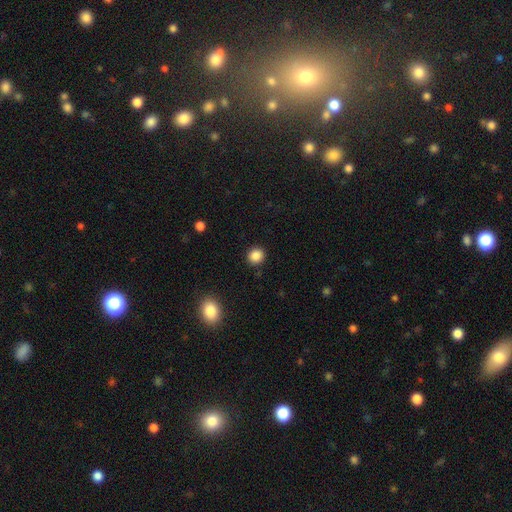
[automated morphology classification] Smooth or featured: smooth — 86% (star or artifact — 10%)
How rounded: round — 88% (in between — 11%)
Merging: none — 91% (minor disturbance — 6%)